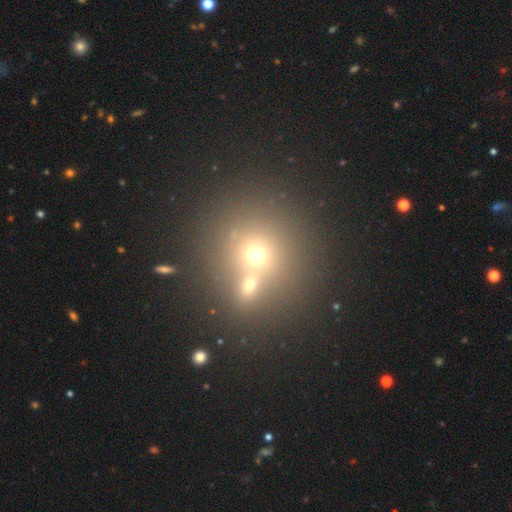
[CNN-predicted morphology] This appears to be a smooth galaxy with no disk features (56%) that is round (89%). Merging: none (48%).